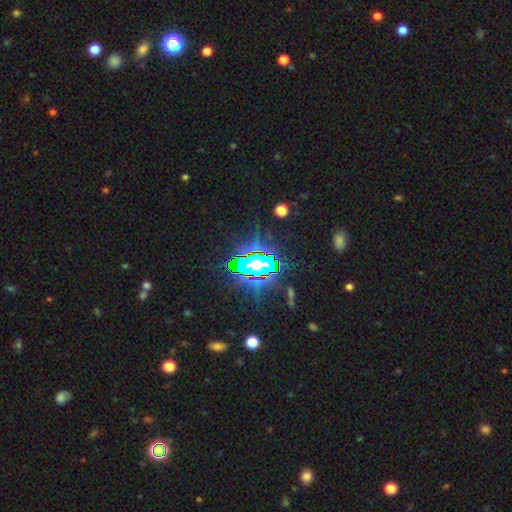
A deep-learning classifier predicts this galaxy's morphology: Smooth or featured: star or artifact — 81% (smooth — 10%)